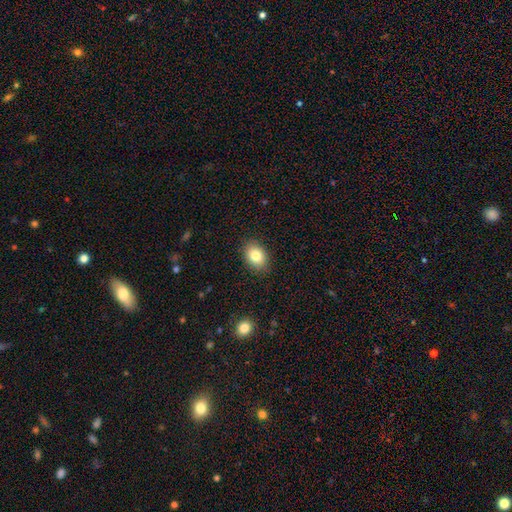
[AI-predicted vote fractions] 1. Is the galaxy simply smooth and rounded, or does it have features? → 83% smooth, 9% featured or disk, 8% star or artifact.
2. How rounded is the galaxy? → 72% in between, 27% round, 1% cigar-shaped.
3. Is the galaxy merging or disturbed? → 87% none, 9% minor disturbance, 2% major disturbance, 1% merger.